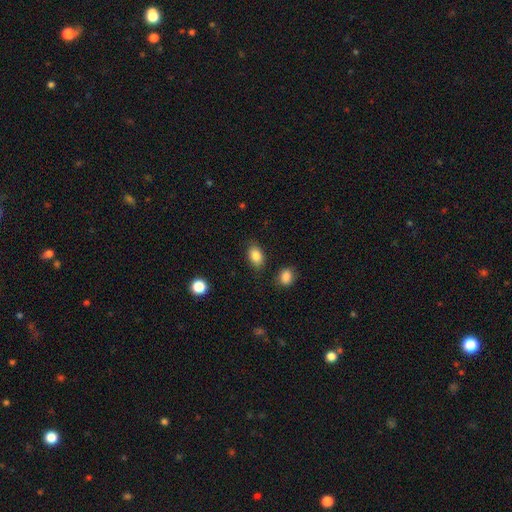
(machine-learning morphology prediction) This appears to be a smooth galaxy with no disk features (86%) that is in between round and cigar-shaped (86%). Merging: none (81%).